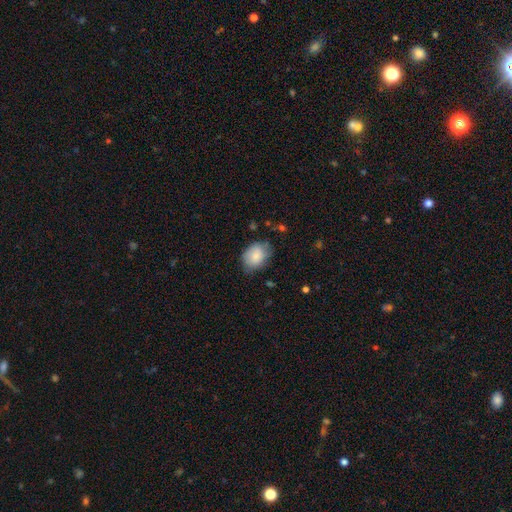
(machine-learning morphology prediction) The model was most divided on "how rounded": in between: 67%, round: 32%, cigar-shaped: 1%. More confident: smooth or featured — smooth (79%); merging — none (65%).